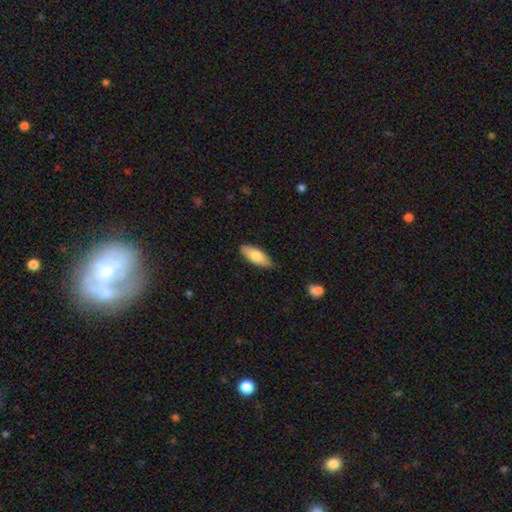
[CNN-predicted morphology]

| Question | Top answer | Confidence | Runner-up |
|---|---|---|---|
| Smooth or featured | smooth | 75% | featured or disk (19%) |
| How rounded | in between | 73% | cigar-shaped (25%) |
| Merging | none | 85% | minor disturbance (12%) |